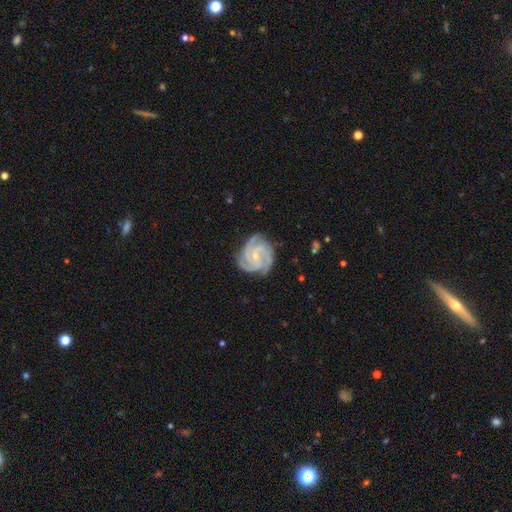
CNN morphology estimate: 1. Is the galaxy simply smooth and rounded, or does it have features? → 91% featured or disk, 4% star or artifact, 4% smooth.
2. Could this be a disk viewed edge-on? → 98% no, 2% yes.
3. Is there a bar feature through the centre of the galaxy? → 62% no, 29% weak, 9% strong.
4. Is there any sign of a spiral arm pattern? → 99% yes, 1% no.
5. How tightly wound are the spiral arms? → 67% tight, 30% medium, 3% loose.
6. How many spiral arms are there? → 53% 3, 29% 4, 5% 2, 5% can't tell, 4% more than 4, 4% 1.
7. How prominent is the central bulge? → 73% small, 23% moderate, 2% none, 1% large, 1% dominant.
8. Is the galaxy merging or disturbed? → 78% none, 16% minor disturbance, 4% major disturbance, 1% merger.